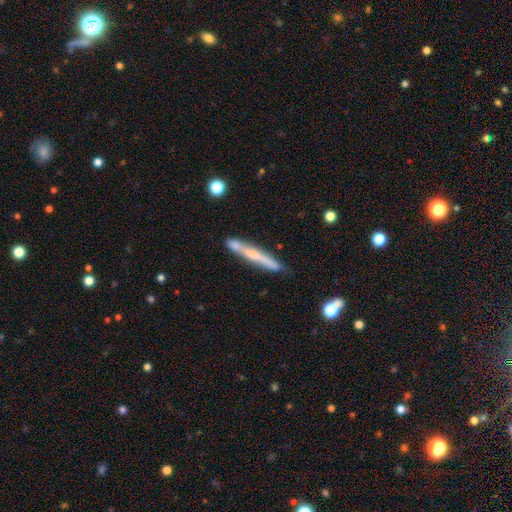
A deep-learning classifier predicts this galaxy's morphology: featured or disk 52%, smooth 42%, star or artifact 7%. Down the decision tree: edge-on disk — yes (90%); merging — none (75%).